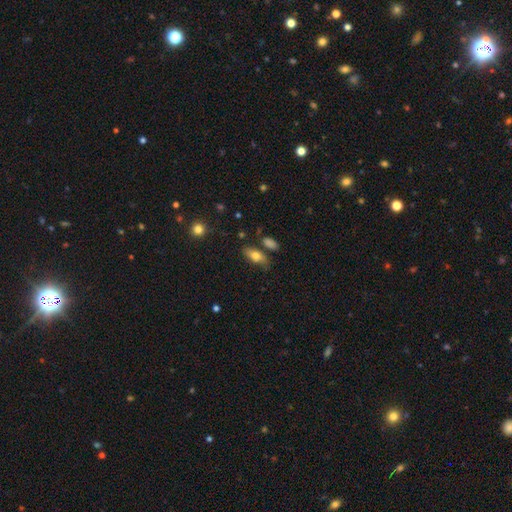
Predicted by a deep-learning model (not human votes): smooth 72%, featured or disk 20%, star or artifact 8%. Down the decision tree: how rounded — in between (78%); merging — none (68%).